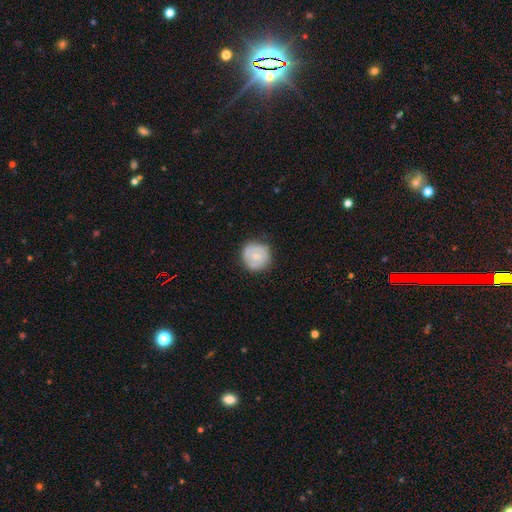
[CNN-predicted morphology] A smooth galaxy with no disk features (62%) that is round (93%). Merging: none (79%).